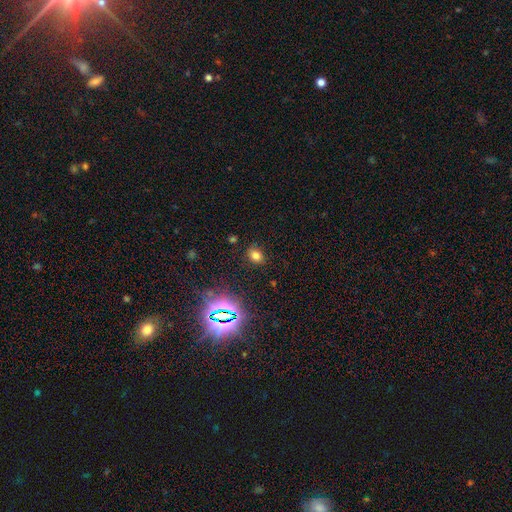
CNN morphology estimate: This is likely a smooth galaxy (71%). How rounded: likely in between (63%). Merging: clearly none (85%).